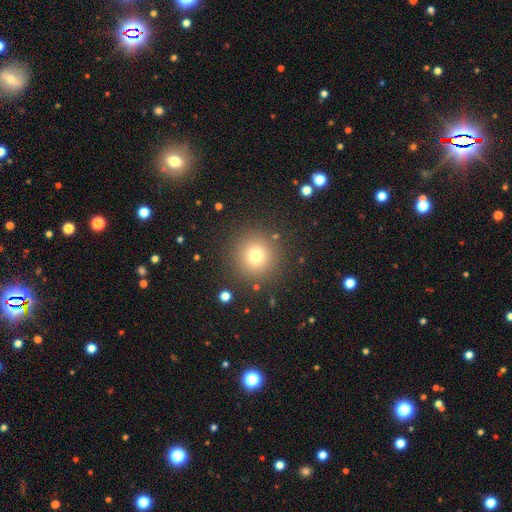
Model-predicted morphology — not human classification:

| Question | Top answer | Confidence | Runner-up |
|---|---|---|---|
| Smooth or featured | smooth | 74% | star or artifact (16%) |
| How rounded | round | 95% | in between (4%) |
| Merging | none | 89% | minor disturbance (6%) |